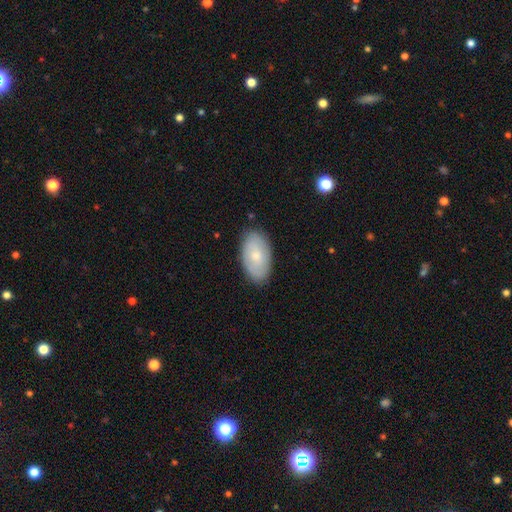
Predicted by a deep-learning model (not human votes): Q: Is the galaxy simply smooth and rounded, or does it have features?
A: smooth — 63%.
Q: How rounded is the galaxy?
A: in between — 94%.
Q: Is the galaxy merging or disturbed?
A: none — 85%.